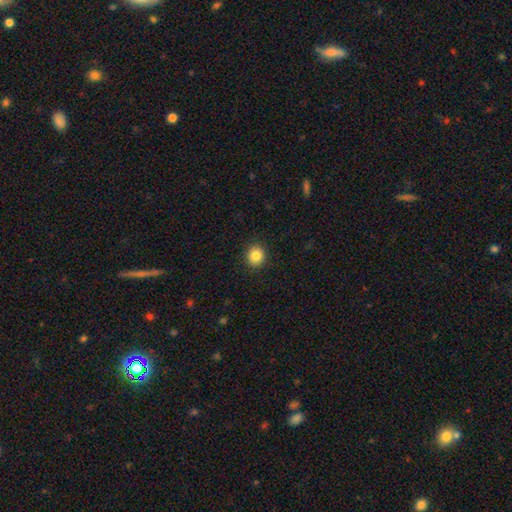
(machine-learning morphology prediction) The model was most divided on "how rounded": round: 85%, in between: 14%, cigar-shaped: 1%. More confident: merging — none (92%); smooth or featured — smooth (85%).